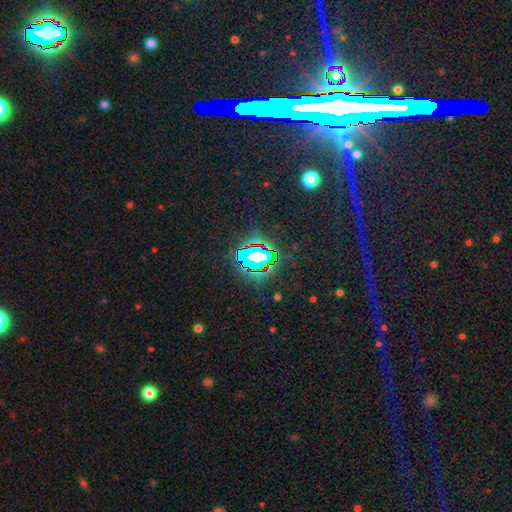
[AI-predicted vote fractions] Smooth or featured? Predicted: star or artifact (p=0.76).